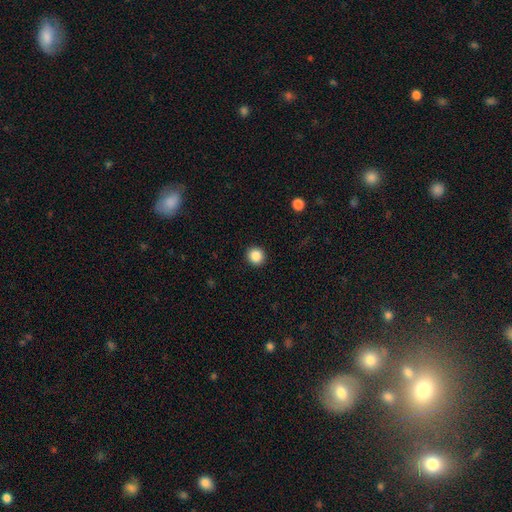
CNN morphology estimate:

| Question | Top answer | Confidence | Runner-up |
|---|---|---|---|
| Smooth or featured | smooth | 86% | star or artifact (10%) |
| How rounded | round | 94% | in between (5%) |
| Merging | none | 93% | minor disturbance (4%) |